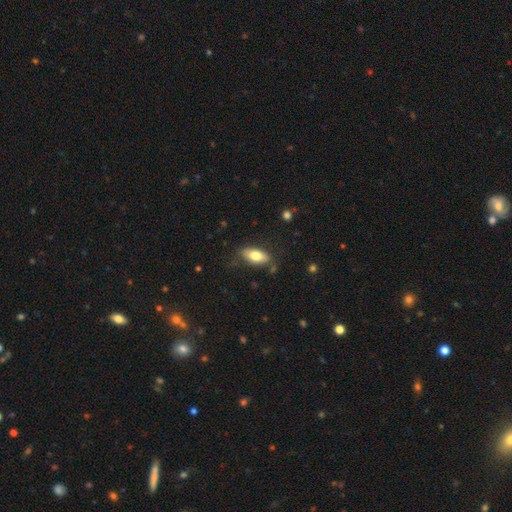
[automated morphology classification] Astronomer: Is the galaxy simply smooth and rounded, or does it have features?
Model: smooth — 77%.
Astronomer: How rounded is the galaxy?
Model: in between — 87%.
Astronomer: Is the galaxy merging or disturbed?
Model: none — 76%.